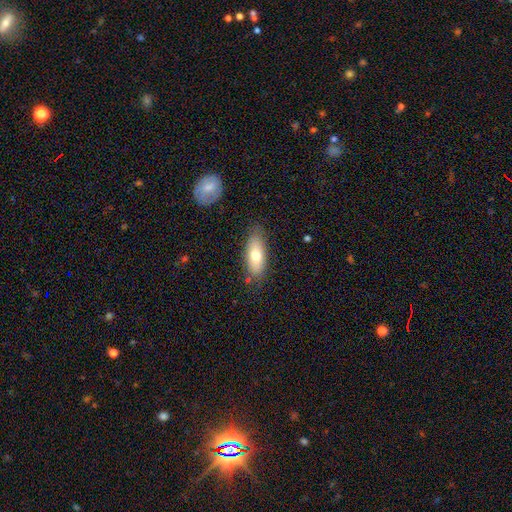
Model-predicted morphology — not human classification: This is likely a smooth galaxy (70%). How rounded: likely in between (76%). Merging: likely none (80%).